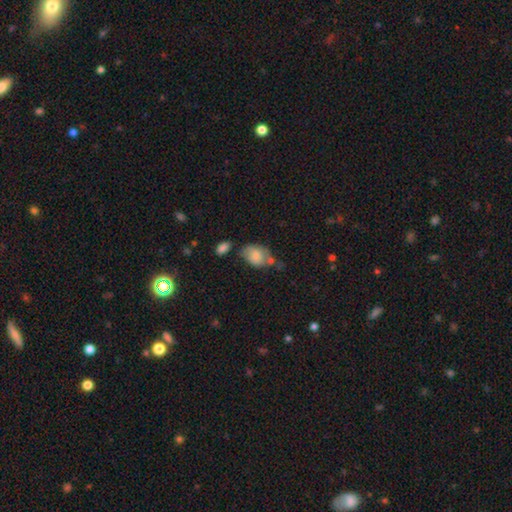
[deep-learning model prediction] The model was most divided on "merging": none: 41%, minor disturbance: 29%, merger: 18%, major disturbance: 12%. More confident: how rounded — in between (78%); smooth or featured — smooth (75%).